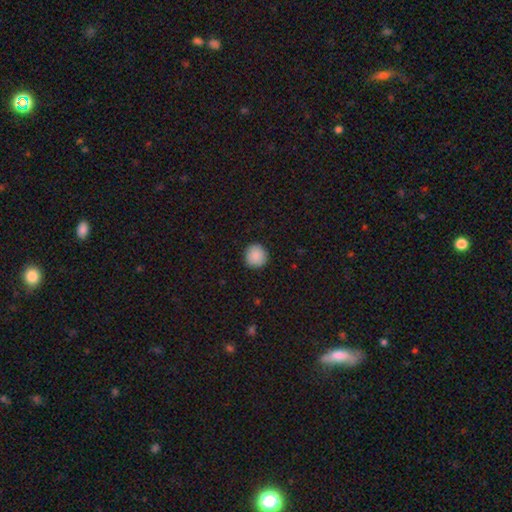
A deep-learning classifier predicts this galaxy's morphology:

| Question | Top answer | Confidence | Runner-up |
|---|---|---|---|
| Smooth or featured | smooth | 90% | star or artifact (8%) |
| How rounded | round | 94% | in between (5%) |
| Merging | none | 91% | minor disturbance (6%) |